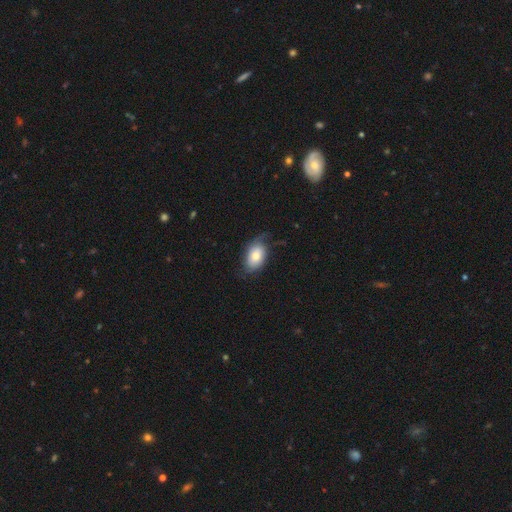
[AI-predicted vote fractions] smooth-or-featured: smooth: 65% | featured or disk: 28% | star or artifact: 7%
  how-rounded: in between: 87% | round: 11% | cigar-shaped: 2%
  merging: none: 53% | minor disturbance: 29% | major disturbance: 16% | merger: 2%